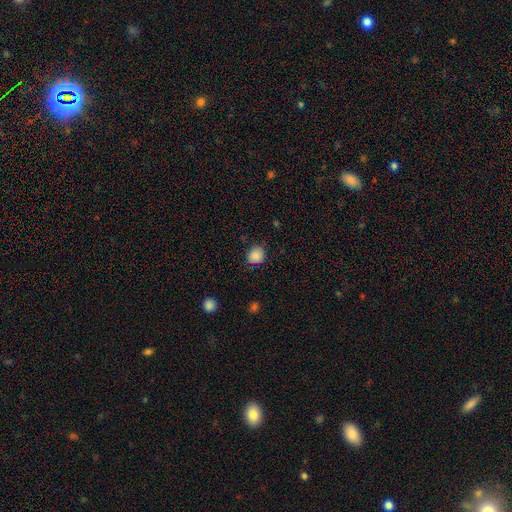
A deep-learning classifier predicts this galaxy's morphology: Overall: smooth (84%). How rounded: round (76%). Merging: none (80%).